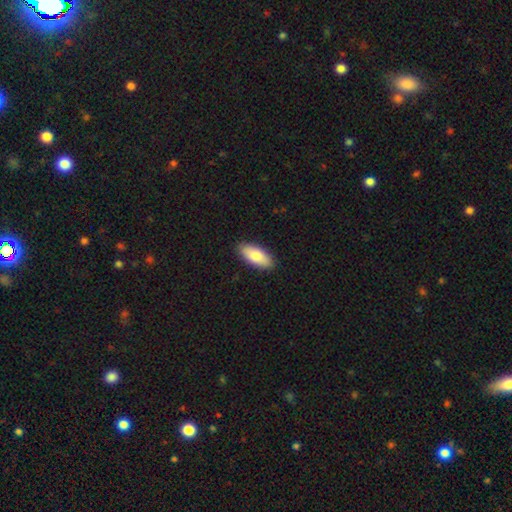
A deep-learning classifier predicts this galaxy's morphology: Smooth or featured? Predicted: smooth (p=0.83). How rounded? Predicted: in between (p=0.84). Merging? Predicted: none (p=0.89).